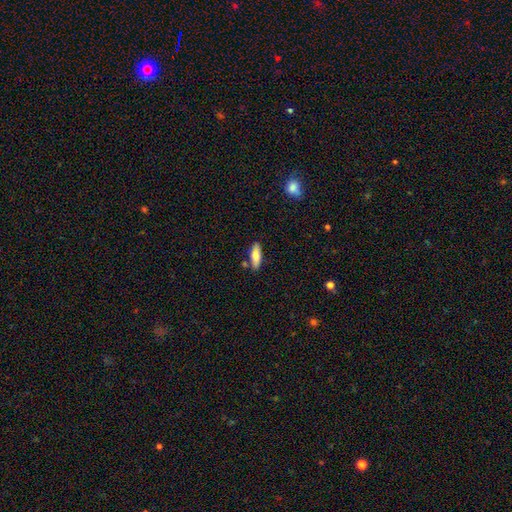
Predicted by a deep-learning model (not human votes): smooth 72%, featured or disk 22%, star or artifact 6%. Down the decision tree: how rounded — in between (56%); merging — none (79%).